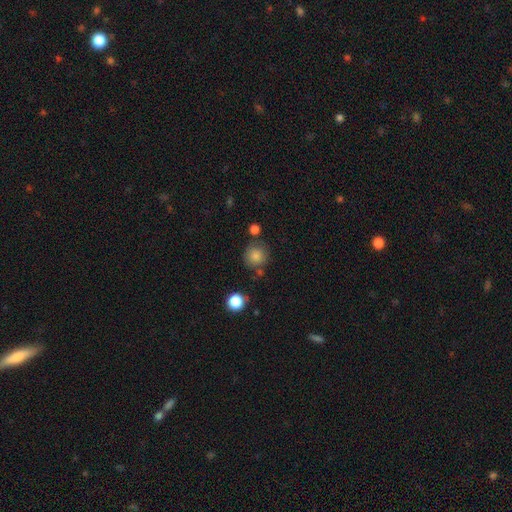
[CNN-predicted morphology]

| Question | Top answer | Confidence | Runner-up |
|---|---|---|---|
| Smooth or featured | smooth | 83% | star or artifact (11%) |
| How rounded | round | 92% | in between (7%) |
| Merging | none | 76% | minor disturbance (12%) |